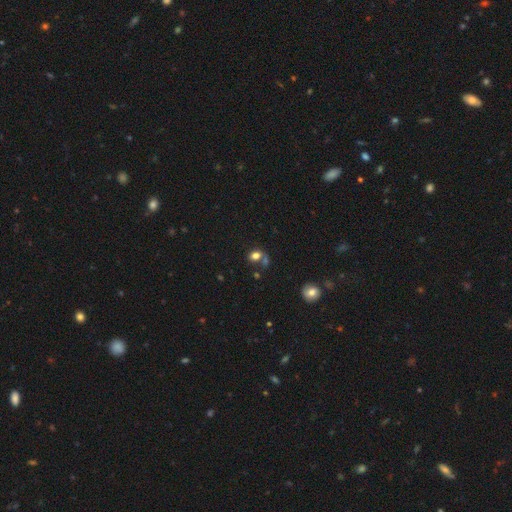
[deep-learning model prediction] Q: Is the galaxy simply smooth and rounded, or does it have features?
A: smooth — 76%.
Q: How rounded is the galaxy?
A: in between — 59%.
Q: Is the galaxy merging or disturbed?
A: none — 47%.